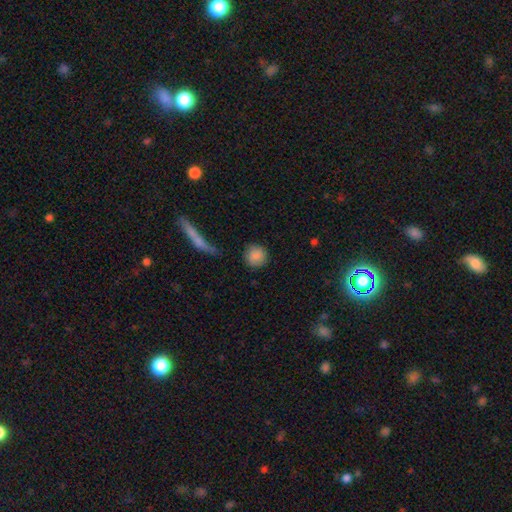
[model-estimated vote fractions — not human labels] A smooth galaxy with no disk features (87%) that is round (91%). Merging: none (86%).